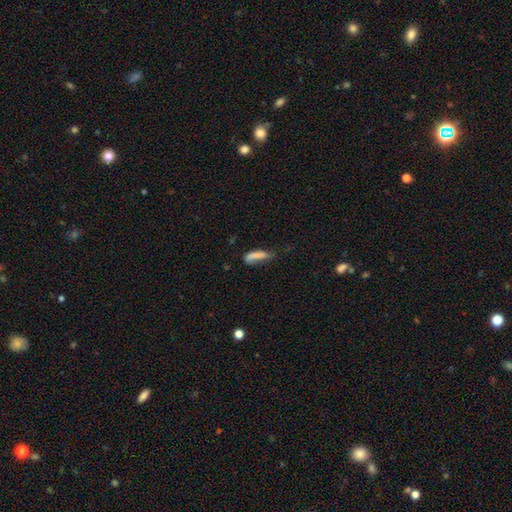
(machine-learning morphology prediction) This is likely a smooth galaxy (73%). How rounded: likely cigar-shaped (67%). Merging: marginally none (38%).